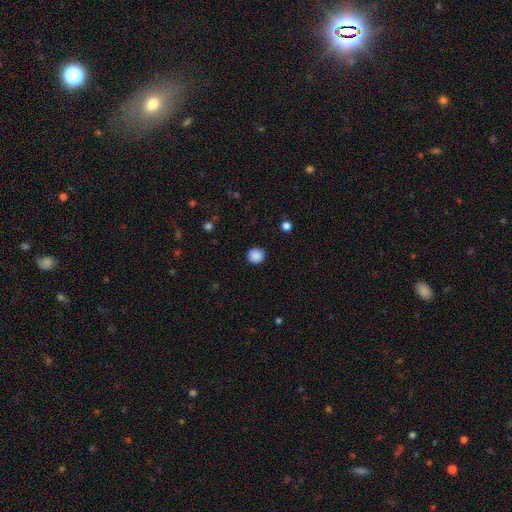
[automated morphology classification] smooth-or-featured: smooth: 88% | star or artifact: 9% | featured or disk: 3%
  how-rounded: round: 92% | in between: 7% | cigar-shaped: 1%
  merging: none: 90% | minor disturbance: 7% | major disturbance: 2% | merger: 1%